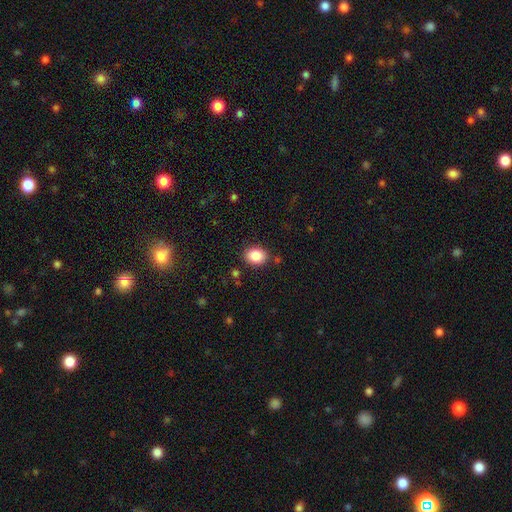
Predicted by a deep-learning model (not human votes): A smooth galaxy with no disk features (86%) that is in between round and cigar-shaped (58%).

Vote fractions:
- Smooth or featured? smooth: 86% / star or artifact: 8% / featured or disk: 6%
- How rounded? in between: 58% / round: 41% / cigar-shaped: 1%
- Merging? none: 86% / minor disturbance: 9% / major disturbance: 3% / merger: 2%